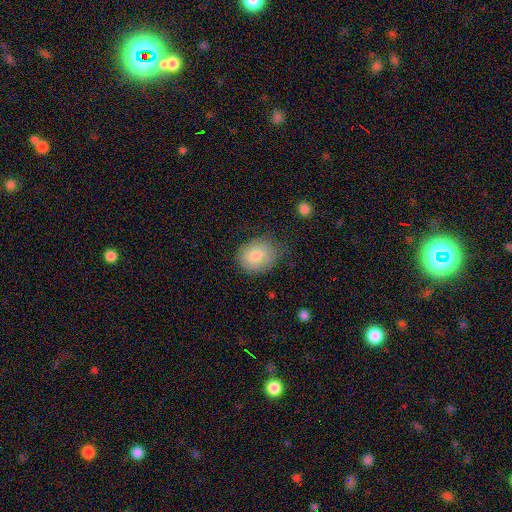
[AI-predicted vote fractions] A smooth galaxy with no disk features (81%) that is round (57%). Merging: none (66%).